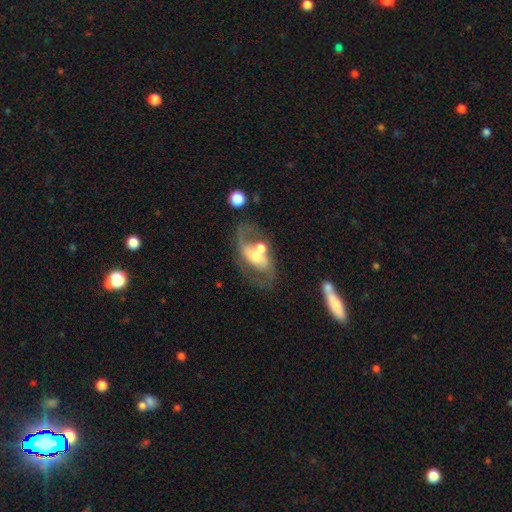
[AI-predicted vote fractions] Smooth or featured? featured or disk (75%)
Edge-on disk? no (94%)
Bar? no (43%)
Spiral arms? yes (81%)
Spiral winding? medium (44%)
Spiral arm count? 2 (82%)
Bulge size? moderate (53%)
Merging? none (45%)